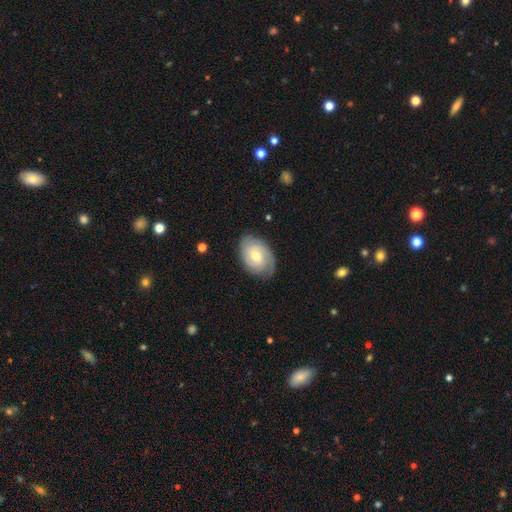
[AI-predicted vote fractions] A featured or disk galaxy (65%) with no bar (62%), 2 (41%) tight (63%) spiral arms (87%) and a moderate central bulge (59%).

Vote fractions:
- Smooth or featured? featured or disk: 65% / smooth: 28% / star or artifact: 6%
- Edge-on disk? no: 95% / yes: 5%
- Bar? no: 62% / weak: 33% / strong: 6%
- Spiral arms? yes: 87% / no: 13%
- Spiral winding? tight: 63% / medium: 28% / loose: 9%
- Spiral arm count? 2: 41% / can't tell: 32% / 1: 12% / 3: 10% / 4: 3% / more than 4: 2%
- Bulge size? moderate: 59% / small: 37% / large: 3% / none: 1% / dominant: 1%
- Merging? none: 77% / minor disturbance: 17% / major disturbance: 5% / merger: 1%